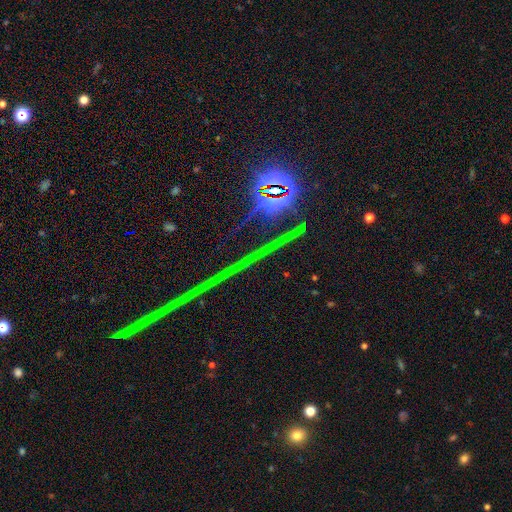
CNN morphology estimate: smooth-or-featured: star or artifact: 84% | featured or disk: 9% | smooth: 7%